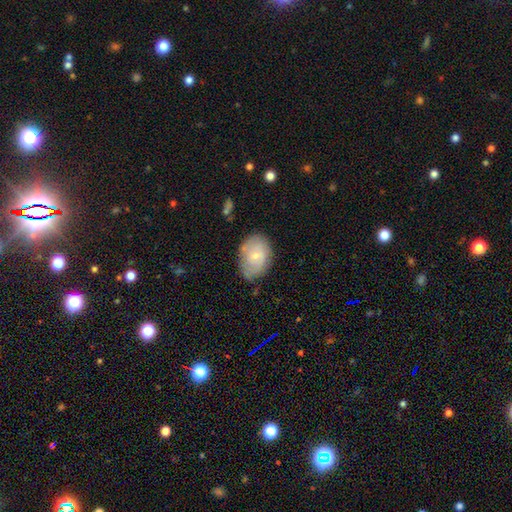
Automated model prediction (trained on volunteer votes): smooth_or_featured: smooth (p=0.62) [alt: featured or disk p=0.31]
how_rounded: in between (p=0.76) [alt: round p=0.23]
merging: none (p=0.67) [alt: minor disturbance p=0.24]